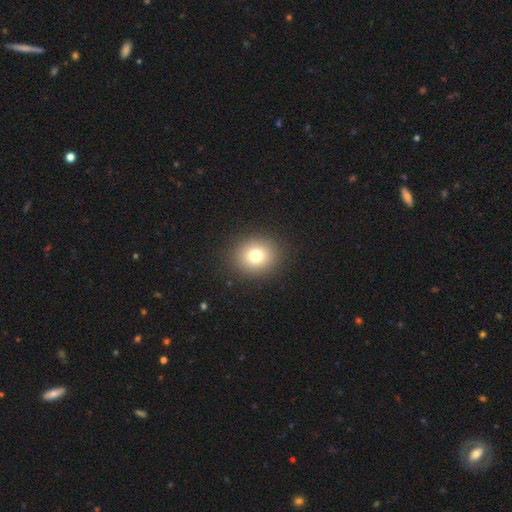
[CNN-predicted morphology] A smooth galaxy with no disk features (77%) that is round (83%).

Vote fractions:
- Smooth or featured? smooth: 77% / star or artifact: 13% / featured or disk: 10%
- How rounded? round: 83% / in between: 16% / cigar-shaped: 1%
- Merging? none: 91% / minor disturbance: 6% / major disturbance: 2% / merger: 1%